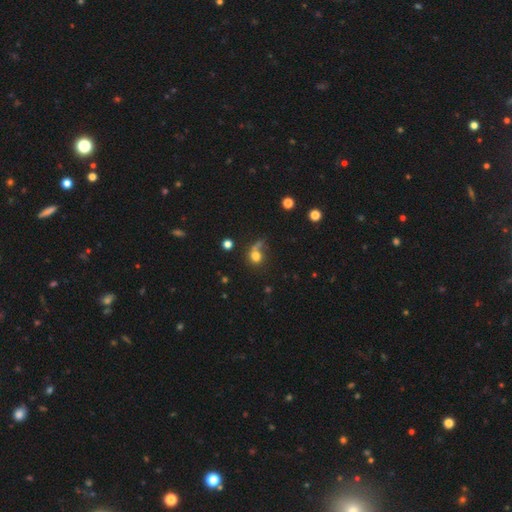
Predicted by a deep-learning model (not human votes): Overall: smooth (71%). How rounded: round (72%). Merging: none (39%; major disturbance 23%).